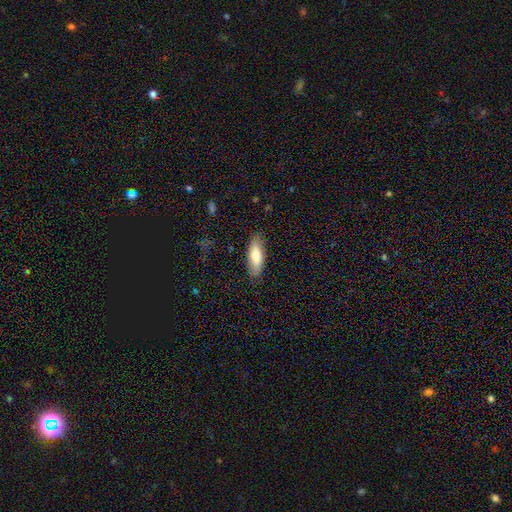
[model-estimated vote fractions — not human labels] Smooth or featured: smooth — 75% (featured or disk — 19%)
How rounded: in between — 62% (cigar-shaped — 36%)
Merging: none — 85% (minor disturbance — 12%)